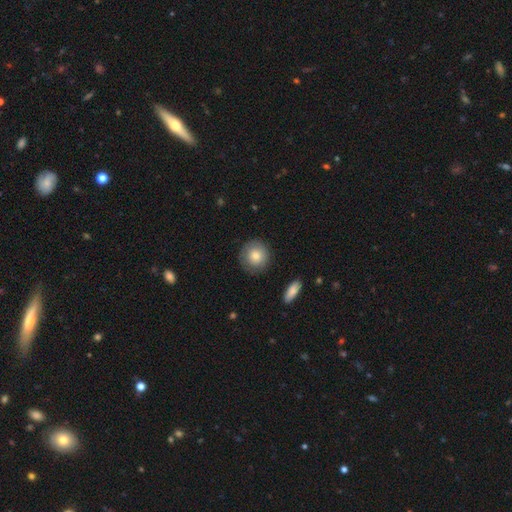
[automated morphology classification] Smooth or featured?
  - smooth: 78% *
  - featured or disk: 15%
  - star or artifact: 7%
How rounded?
  - round: 92% *
  - in between: 7%
  - cigar-shaped: 1%
Merging?
  - none: 84% *
  - minor disturbance: 11%
  - major disturbance: 3%
  - merger: 1%